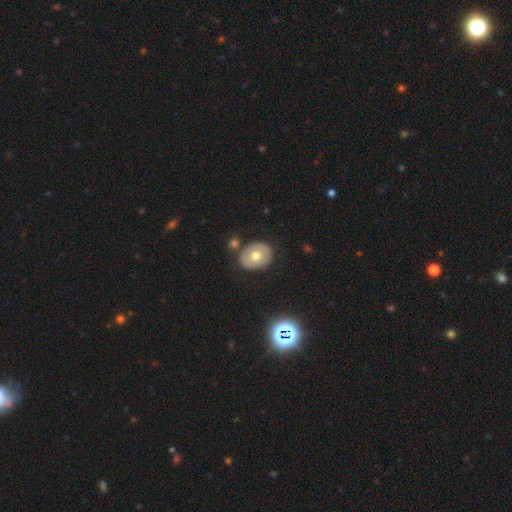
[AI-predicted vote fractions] Smooth or featured? Predicted: smooth (p=0.57). How rounded? Predicted: in between (p=0.52). Merging? Predicted: none (p=0.77).